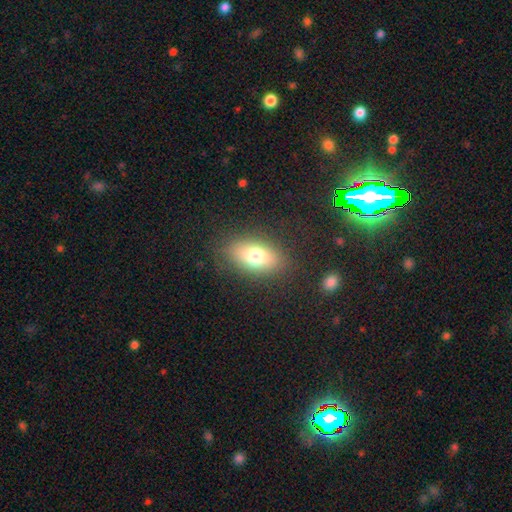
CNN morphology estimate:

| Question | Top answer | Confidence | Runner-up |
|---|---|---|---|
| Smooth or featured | smooth | 73% | featured or disk (16%) |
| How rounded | in between | 84% | round (12%) |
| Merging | none | 82% | minor disturbance (11%) |